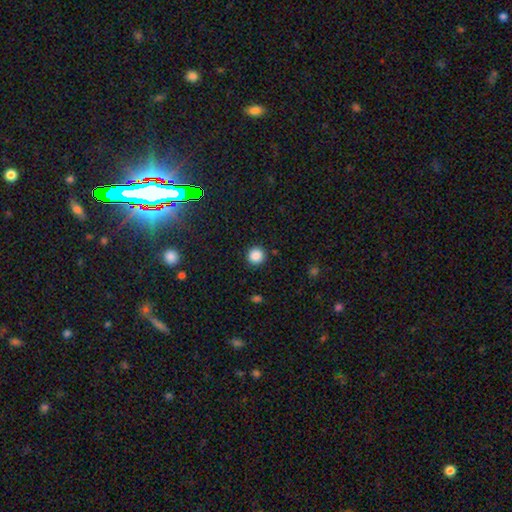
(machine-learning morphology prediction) Smooth or featured? smooth (87%)
How rounded? round (95%)
Merging? none (91%)